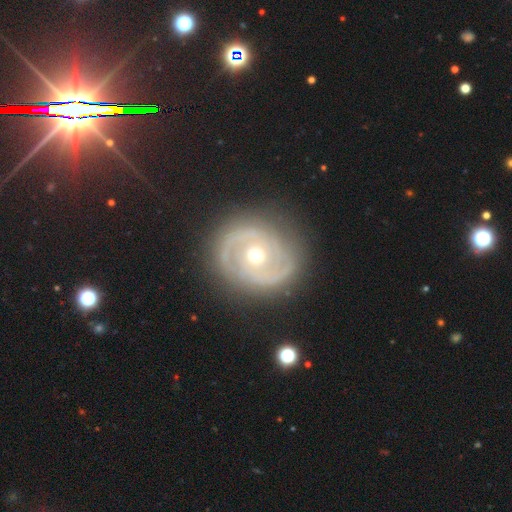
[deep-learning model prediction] Overall: featured or disk (85%). Edge-on disk: no (97%). Bar: no (69%). Spiral arms: yes (90%). Spiral arm count: 2 (79%). Spiral winding: tight (55%; medium 35%). Bulge size: moderate (61%; small 35%). Merging: none (83%).